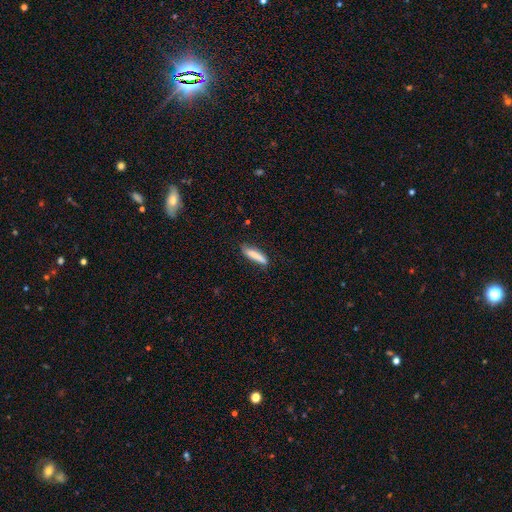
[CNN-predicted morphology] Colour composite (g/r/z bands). It shows a smooth galaxy with no disk features (83%) that is cigar-shaped (82%). Merging: none (76%).